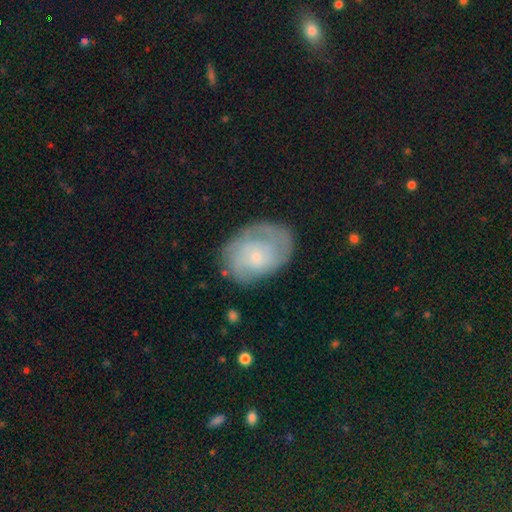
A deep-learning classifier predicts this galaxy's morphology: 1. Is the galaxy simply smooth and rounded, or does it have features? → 59% featured or disk, 33% smooth, 7% star or artifact.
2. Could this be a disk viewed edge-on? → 97% no, 3% yes.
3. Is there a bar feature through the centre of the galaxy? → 75% no, 22% weak, 3% strong.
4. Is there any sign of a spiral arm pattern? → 77% yes, 23% no.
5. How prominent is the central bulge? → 71% small, 21% moderate, 4% none, 2% large, 1% dominant.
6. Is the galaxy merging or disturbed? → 65% none, 23% minor disturbance, 11% major disturbance, 2% merger.